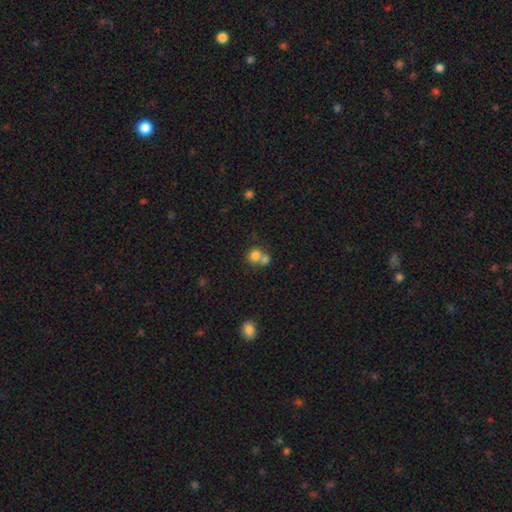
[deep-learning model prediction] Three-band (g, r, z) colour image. It shows a smooth galaxy with no disk features (77%) that is round (78%). Merging: merger (52%).